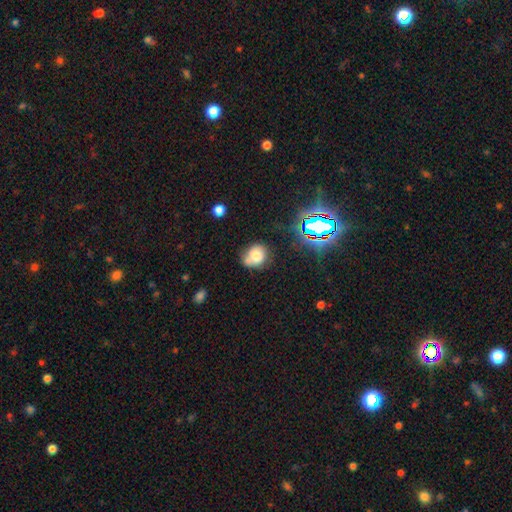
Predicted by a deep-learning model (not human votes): Q: Smooth or featured?
A: smooth (68%); runner-up: featured or disk (17%)
Q: How rounded?
A: round (67%); runner-up: in between (32%)
Q: Merging?
A: none (50%); runner-up: minor disturbance (23%)